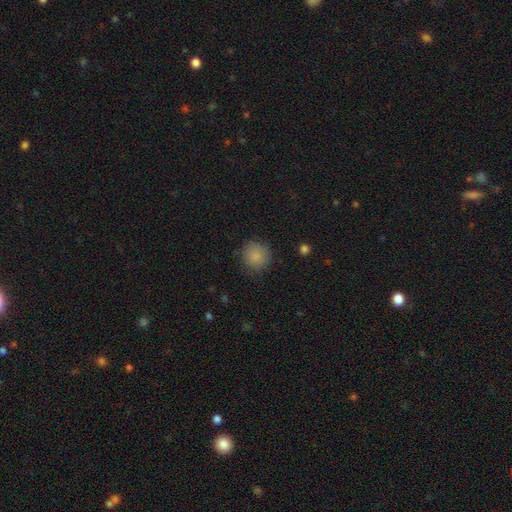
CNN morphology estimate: Q: Smooth or featured?
A: smooth (86%); runner-up: star or artifact (9%)
Q: How rounded?
A: round (91%); runner-up: in between (8%)
Q: Merging?
A: none (85%); runner-up: minor disturbance (11%)